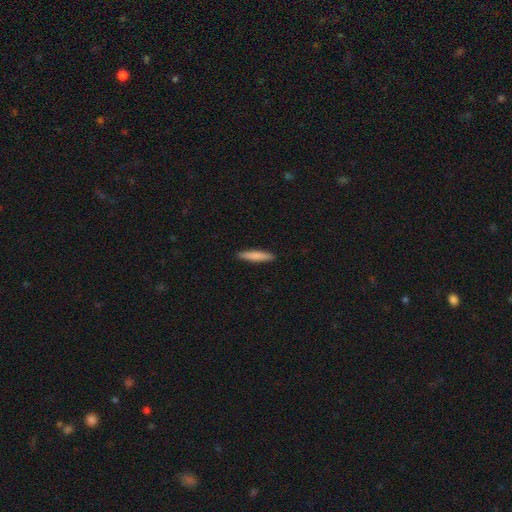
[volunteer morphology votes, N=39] Smooth or featured: smooth — 79% (featured or disk — 18%)
How rounded: cigar-shaped — 87% (in between — 10%)
Merging: none — 92% (minor disturbance — 3%)